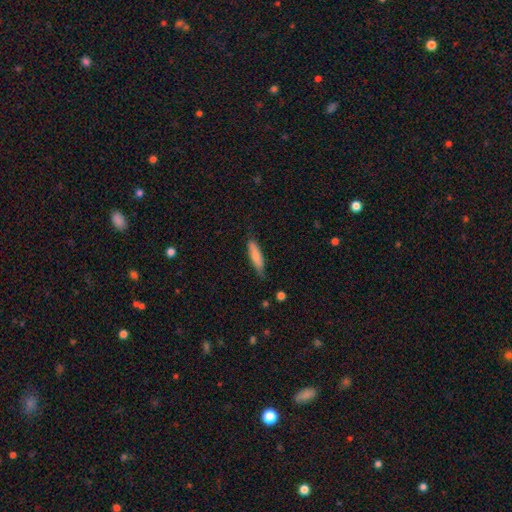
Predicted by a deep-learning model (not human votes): smooth-or-featured: smooth: 75% | featured or disk: 19% | star or artifact: 6%
  how-rounded: cigar-shaped: 67% | in between: 31% | round: 2%
  merging: none: 74% | minor disturbance: 21% | major disturbance: 3% | merger: 2%